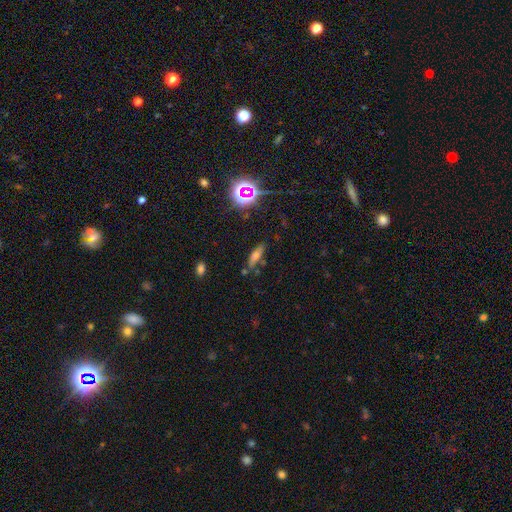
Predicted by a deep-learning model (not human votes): Q: Smooth or featured?
A: smooth (58%); runner-up: featured or disk (23%)
Q: How rounded?
A: cigar-shaped (51%); runner-up: in between (45%)
Q: Merging?
A: none (69%); runner-up: minor disturbance (17%)